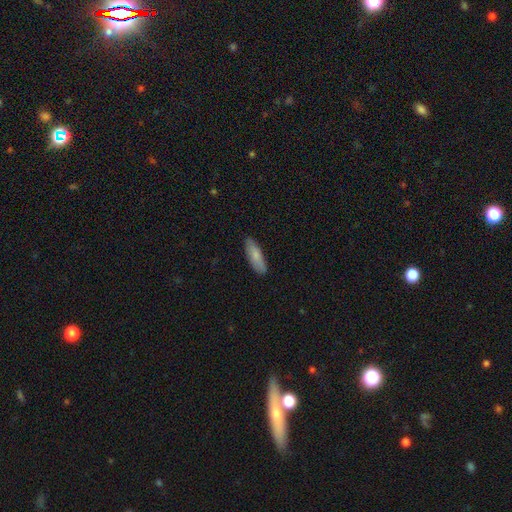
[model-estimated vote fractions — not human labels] Smooth or featured? smooth (81%)
How rounded? in between (50%)
Merging? none (86%)